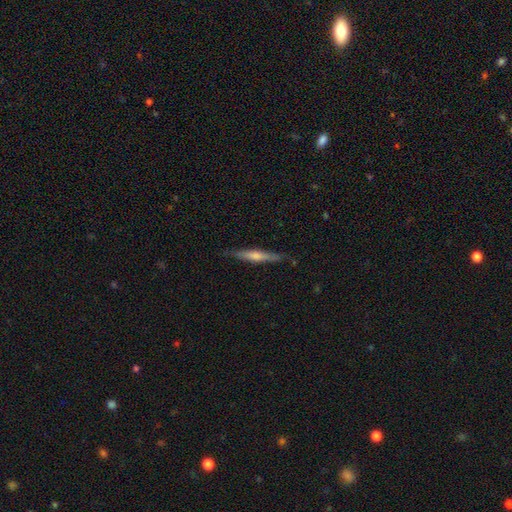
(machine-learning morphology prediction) This is likely a featured or disk galaxy (66%). It is clearly viewed edge-on (97%). Edge-on bulge: likely rounded (71%). Merging: clearly none (87%).